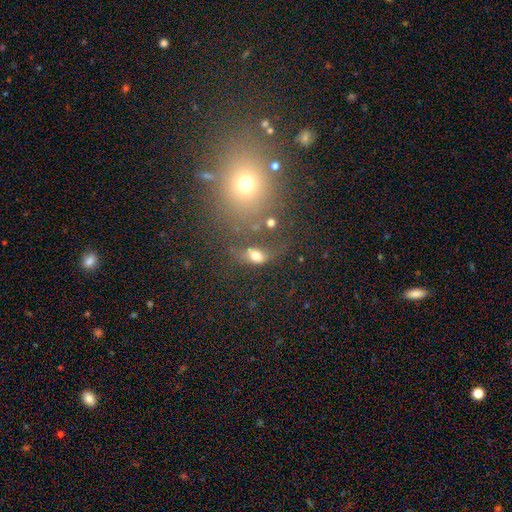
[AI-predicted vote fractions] smooth_or_featured: smooth (p=0.66) [alt: featured or disk p=0.18]
how_rounded: in between (p=0.80) [alt: round p=0.14]
merging: none (p=0.41) [alt: major disturbance p=0.22]